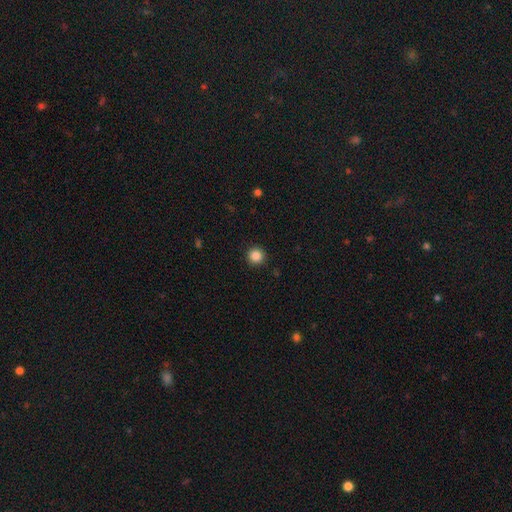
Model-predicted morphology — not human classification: A smooth galaxy with no disk features (86%) that is round (95%).

Vote fractions:
- Smooth or featured? smooth: 86% / star or artifact: 11% / featured or disk: 3%
- How rounded? round: 95% / in between: 4% / cigar-shaped: 1%
- Merging? none: 92% / minor disturbance: 5% / major disturbance: 2% / merger: 1%